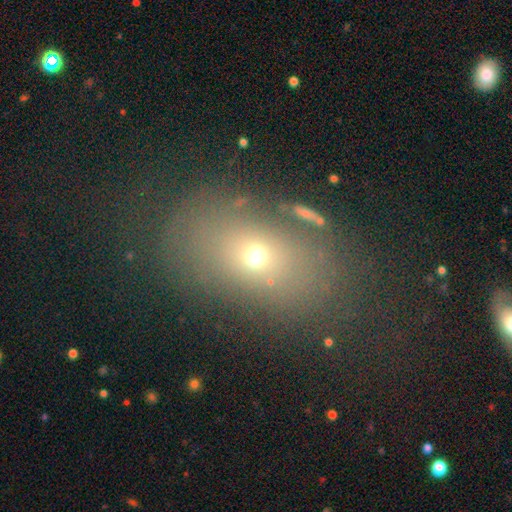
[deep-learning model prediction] smooth_or_featured: smooth (p=0.60) [alt: star or artifact p=0.22]
how_rounded: in between (p=0.67) [alt: round p=0.31]
merging: none (p=0.66) [alt: minor disturbance p=0.16]